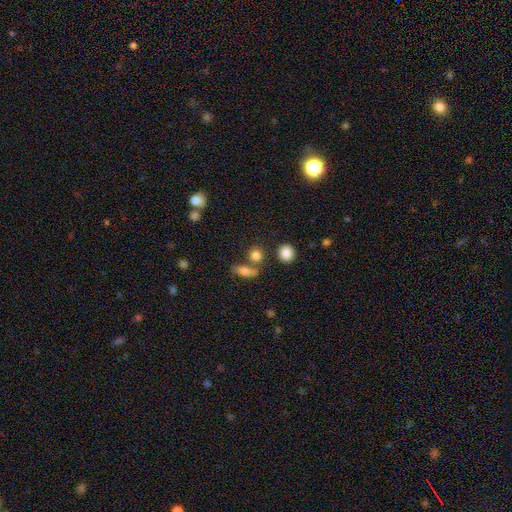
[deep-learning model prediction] The model was most divided on "merging": none: 65%, merger: 21%, minor disturbance: 10%, major disturbance: 4%. More confident: smooth or featured — smooth (82%); how rounded — round (71%).